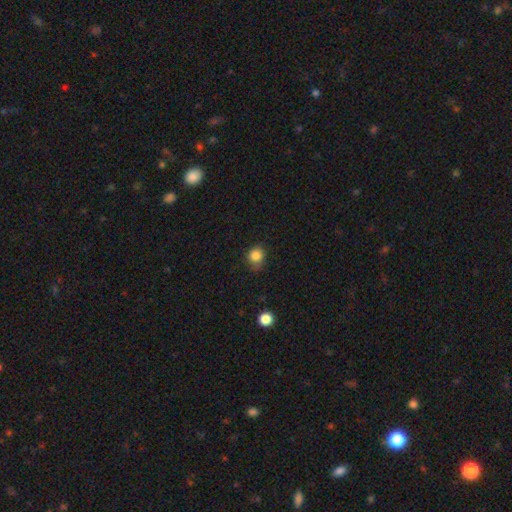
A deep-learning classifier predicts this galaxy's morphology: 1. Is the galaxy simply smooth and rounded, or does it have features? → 84% smooth, 11% star or artifact, 5% featured or disk.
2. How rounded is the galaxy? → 79% round, 20% in between, 1% cigar-shaped.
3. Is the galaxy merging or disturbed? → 68% none, 25% minor disturbance, 6% major disturbance, 1% merger.